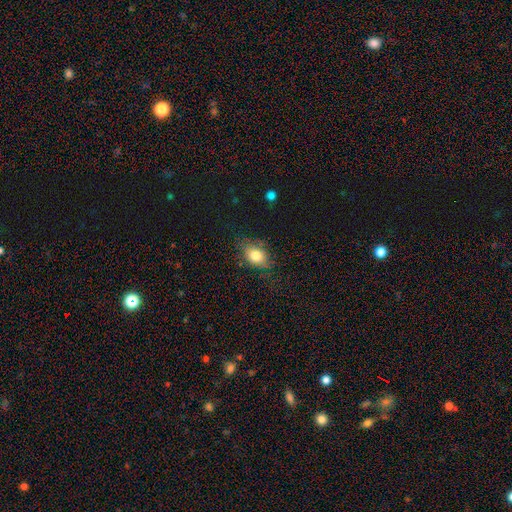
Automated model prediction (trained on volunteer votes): A smooth galaxy with no disk features (79%) that is in between round and cigar-shaped (72%). Merging: none (73%).